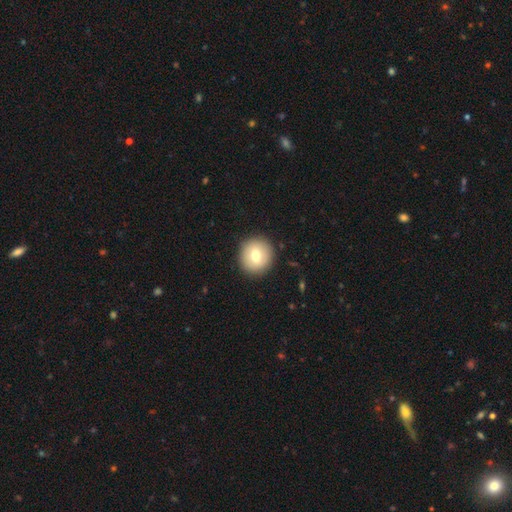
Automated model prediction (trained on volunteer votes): smooth-or-featured: smooth: 71% | featured or disk: 21% | star or artifact: 8%
  how-rounded: round: 90% | in between: 9% | cigar-shaped: 1%
  merging: none: 90% | minor disturbance: 7% | major disturbance: 2% | merger: 1%